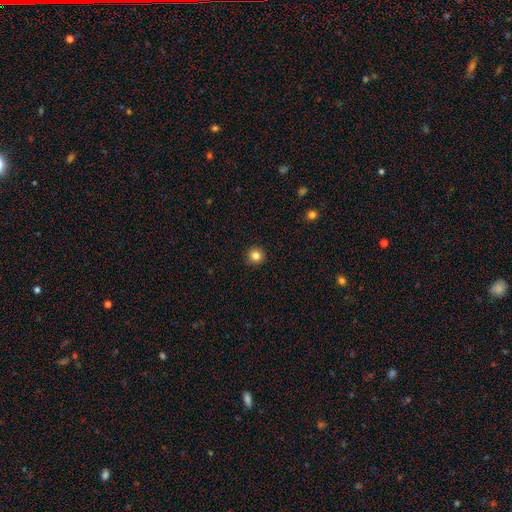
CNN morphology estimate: Smooth or featured?
  - smooth: 83% *
  - star or artifact: 12%
  - featured or disk: 5%
How rounded?
  - round: 94% *
  - in between: 5%
  - cigar-shaped: 1%
Merging?
  - none: 92% *
  - minor disturbance: 5%
  - major disturbance: 2%
  - merger: 1%